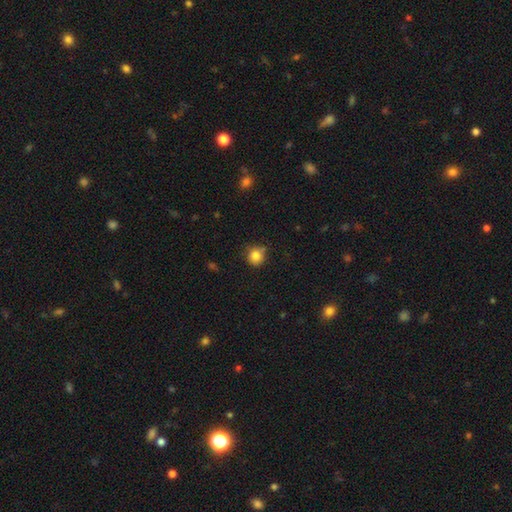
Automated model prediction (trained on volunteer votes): Smooth or featured? smooth (83%)
How rounded? round (90%)
Merging? none (75%)